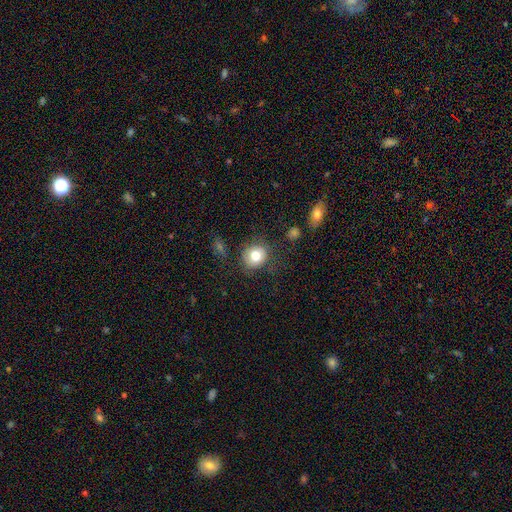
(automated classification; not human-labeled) smooth_or_featured: smooth (p=0.79) [alt: featured or disk p=0.11]
how_rounded: round (p=0.79) [alt: in between p=0.20]
merging: none (p=0.77) [alt: minor disturbance p=0.15]